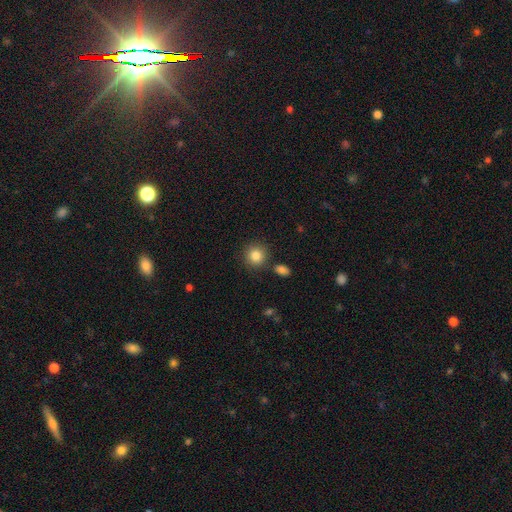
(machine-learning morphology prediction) Overall: smooth (85%). How rounded: round (90%). Merging: none (83%).